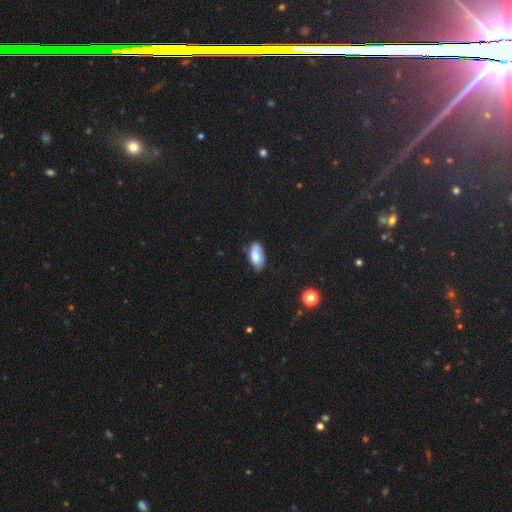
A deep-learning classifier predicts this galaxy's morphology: smooth_or_featured: smooth (p=0.74) [alt: featured or disk p=0.19]
how_rounded: in between (p=0.93) [alt: cigar-shaped p=0.04]
merging: none (p=0.67) [alt: minor disturbance p=0.26]